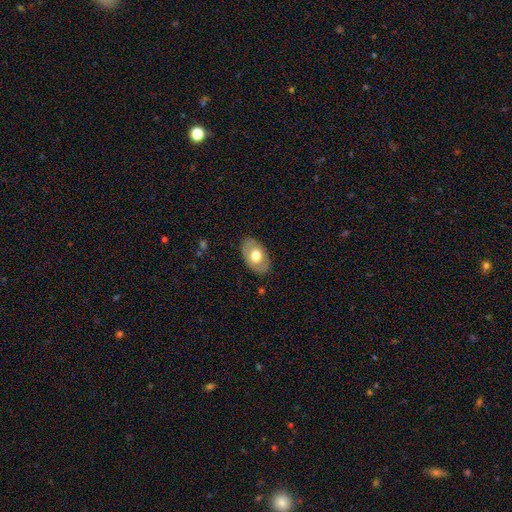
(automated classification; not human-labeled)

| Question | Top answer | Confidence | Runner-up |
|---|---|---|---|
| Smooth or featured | smooth | 63% | featured or disk (31%) |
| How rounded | in between | 90% | round (9%) |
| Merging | none | 85% | minor disturbance (12%) |